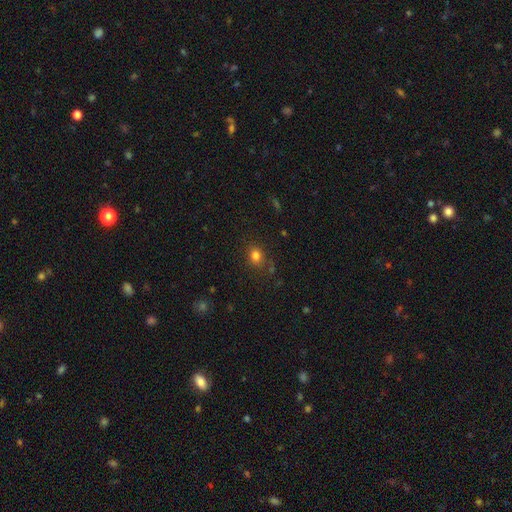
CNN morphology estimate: A smooth galaxy with no disk features (79%) that is round (68%). Merging: none (79%).